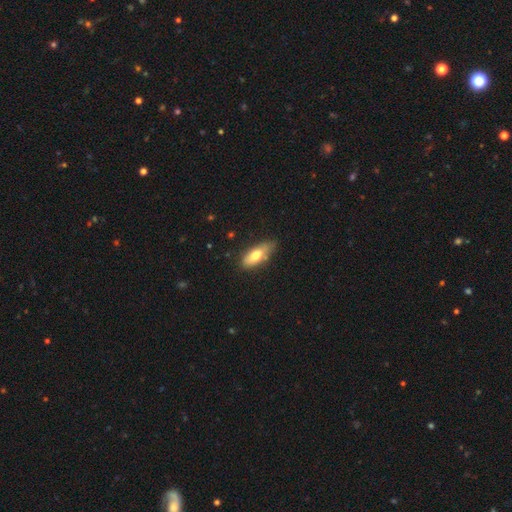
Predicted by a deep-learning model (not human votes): smooth_or_featured: smooth (p=0.70) [alt: featured or disk p=0.24]
how_rounded: in between (p=0.73) [alt: cigar-shaped p=0.25]
merging: none (p=0.63) [alt: minor disturbance p=0.29]